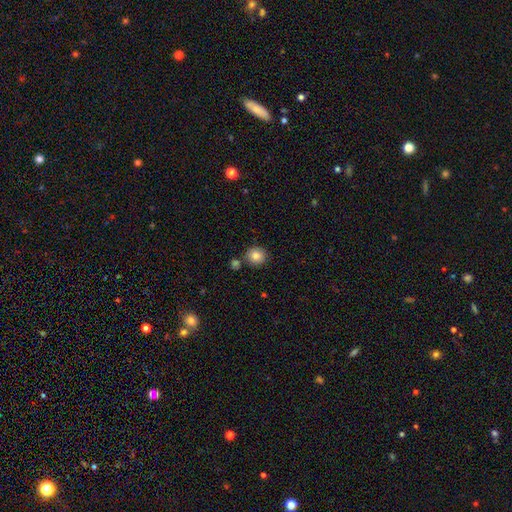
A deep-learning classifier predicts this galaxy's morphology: Smooth or featured: smooth — 84% (star or artifact — 9%)
How rounded: round — 89% (in between — 10%)
Merging: none — 80% (merger — 9%)